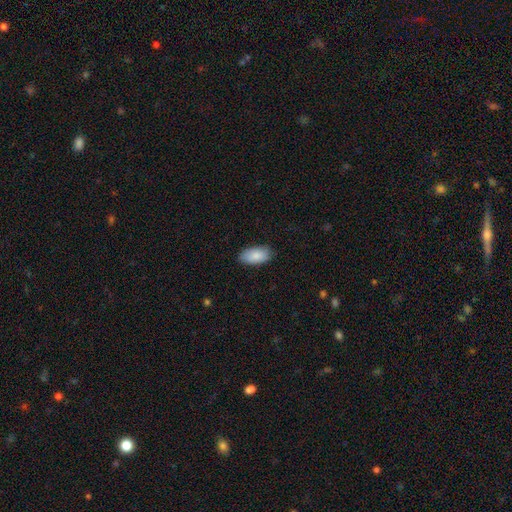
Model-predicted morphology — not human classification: smooth 87%, featured or disk 7%, star or artifact 6%. Down the decision tree: how rounded — in between (94%); merging — none (85%).